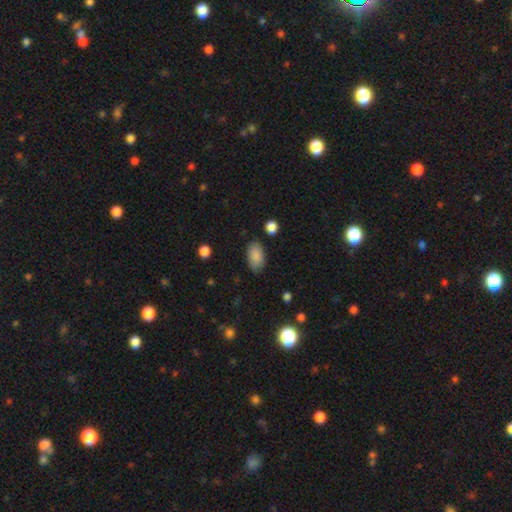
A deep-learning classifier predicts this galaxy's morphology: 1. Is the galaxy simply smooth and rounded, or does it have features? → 87% smooth, 7% star or artifact, 6% featured or disk.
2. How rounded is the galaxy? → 93% in between, 5% round, 2% cigar-shaped.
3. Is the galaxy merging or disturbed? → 81% none, 14% minor disturbance, 3% major disturbance, 2% merger.